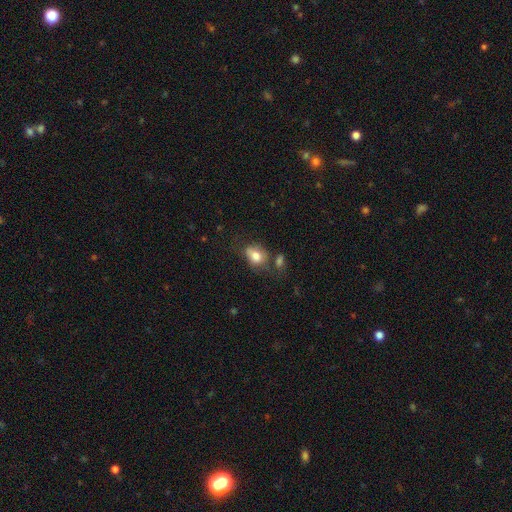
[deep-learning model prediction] smooth_or_featured: smooth (p=0.77) [alt: featured or disk p=0.14]
how_rounded: in between (p=0.71) [alt: round p=0.28]
merging: none (p=0.45) [alt: minor disturbance p=0.26]